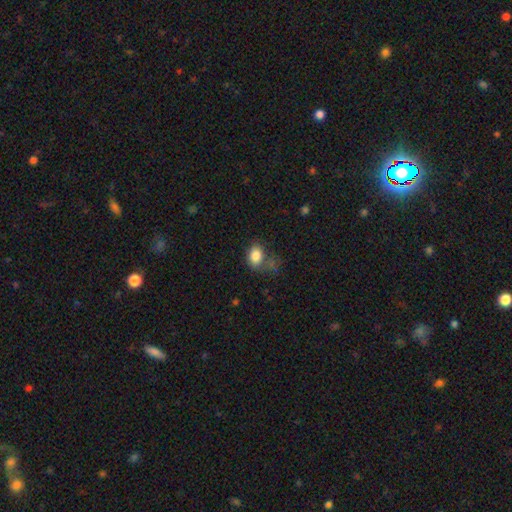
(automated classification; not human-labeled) smooth_or_featured: smooth (p=0.83) [alt: star or artifact p=0.09]
how_rounded: in between (p=0.70) [alt: round p=0.29]
merging: none (p=0.54) [alt: minor disturbance p=0.26]